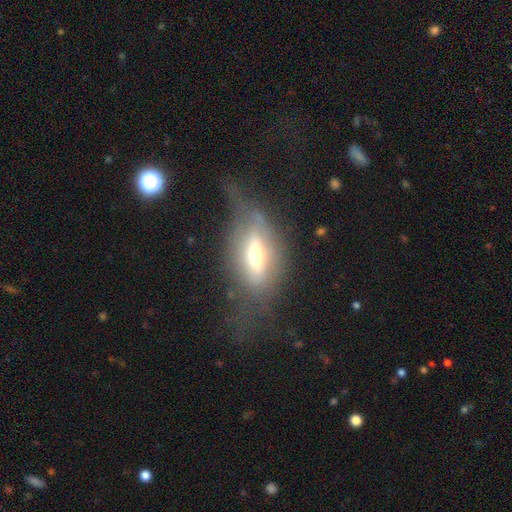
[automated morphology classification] featured or disk 54%, smooth 38%, star or artifact 8%. Down the decision tree: edge-on disk — yes (56%); merging — none (42%).